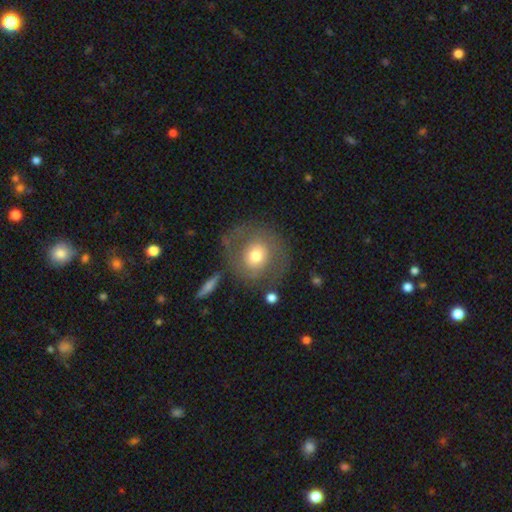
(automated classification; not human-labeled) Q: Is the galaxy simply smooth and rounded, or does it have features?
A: smooth — 53%.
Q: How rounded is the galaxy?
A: round — 83%.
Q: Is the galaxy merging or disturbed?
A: none — 67%.